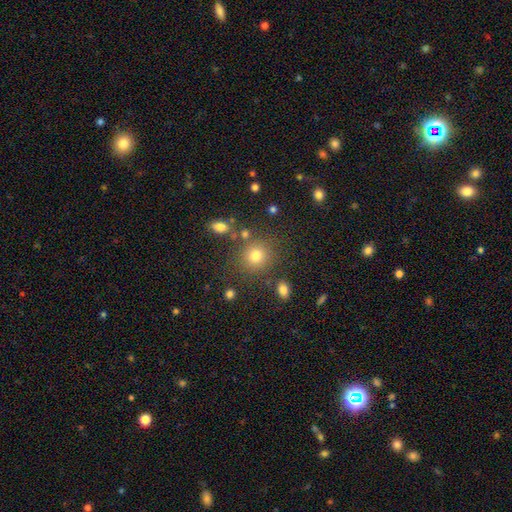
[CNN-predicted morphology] A smooth galaxy with no disk features (76%) that is round (87%).

Vote fractions:
- Smooth or featured? smooth: 76% / star or artifact: 15% / featured or disk: 8%
- How rounded? round: 87% / in between: 12% / cigar-shaped: 1%
- Merging? none: 80% / minor disturbance: 10% / merger: 6% / major disturbance: 4%